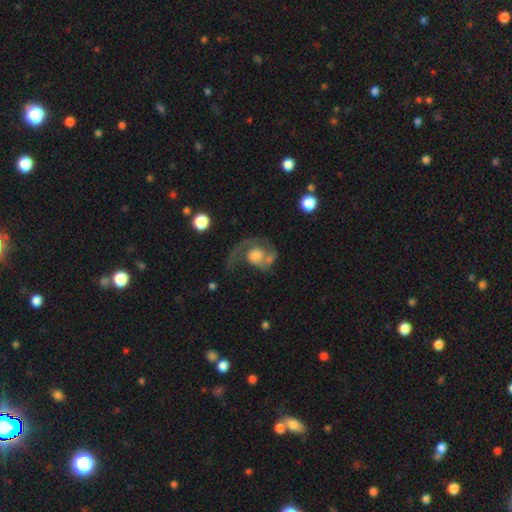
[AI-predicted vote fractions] This is likely a featured or disk galaxy (70%). It is clearly not viewed edge-on (98%). Bar: likely no (77%). Spiral arm pattern: clearly yes (87%). Spiral arm count: possibly 1 (55%). Spiral winding: marginally loose (44%). Central bulge: marginally moderate (35%). Merging: marginally major disturbance (41%).